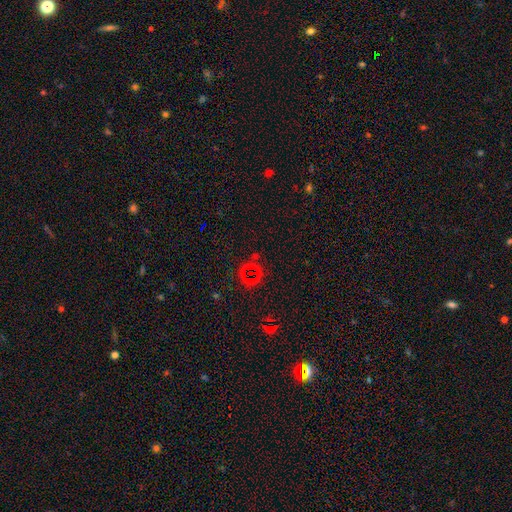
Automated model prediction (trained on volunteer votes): Smooth or featured?
  - star or artifact: 68% *
  - smooth: 23%
  - featured or disk: 9%